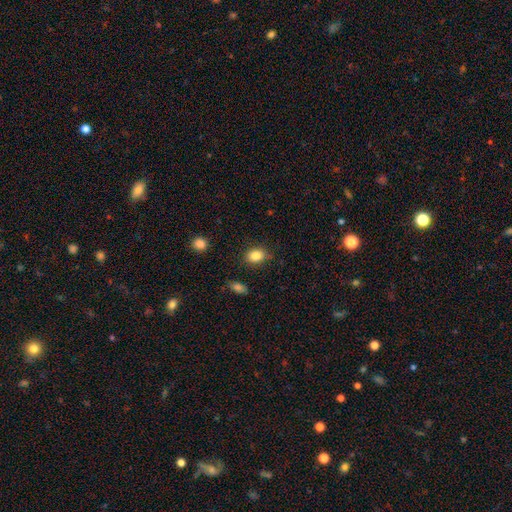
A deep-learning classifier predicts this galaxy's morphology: Overall: smooth (85%). How rounded: in between (68%; round 31%). Merging: none (82%).